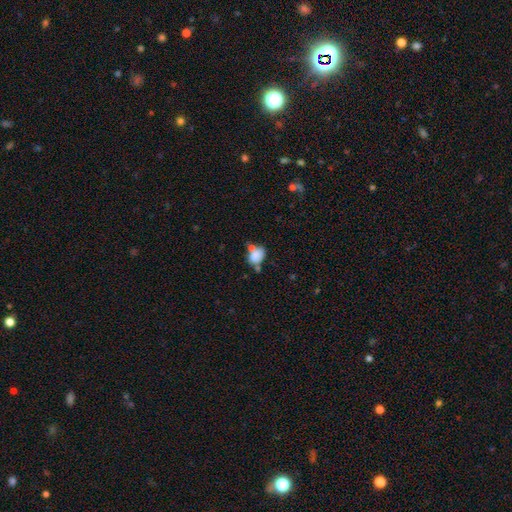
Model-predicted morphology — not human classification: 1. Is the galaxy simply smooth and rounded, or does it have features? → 75% smooth, 15% featured or disk, 9% star or artifact.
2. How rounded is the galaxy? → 68% in between, 31% round, 1% cigar-shaped.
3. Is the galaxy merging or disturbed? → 38% merger, 34% none, 19% minor disturbance, 9% major disturbance.